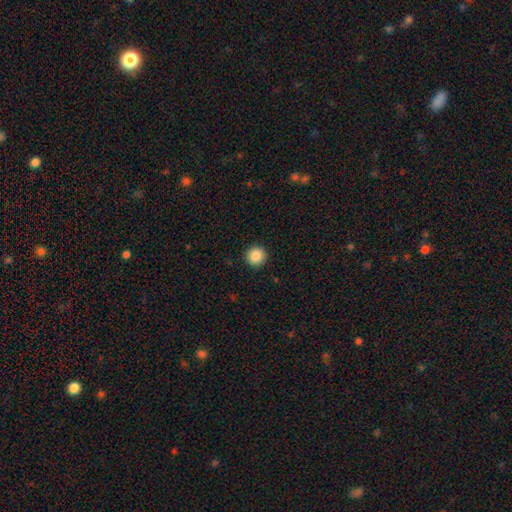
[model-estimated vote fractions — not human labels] Smooth or featured? Predicted: smooth (p=0.87). How rounded? Predicted: round (p=0.95). Merging? Predicted: none (p=0.93).